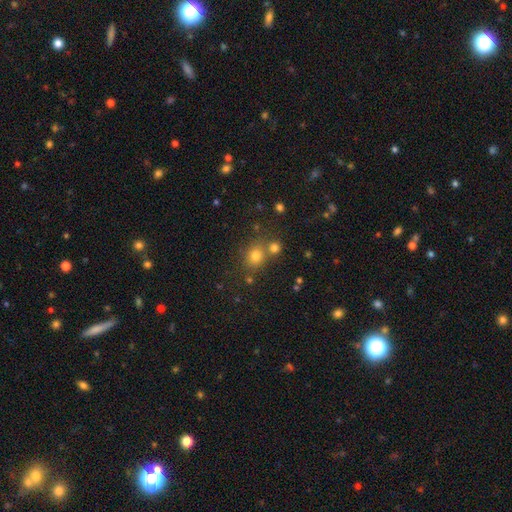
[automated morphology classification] Smooth or featured: smooth — 74% (star or artifact — 18%)
How rounded: round — 76% (in between — 23%)
Merging: none — 64% (merger — 23%)